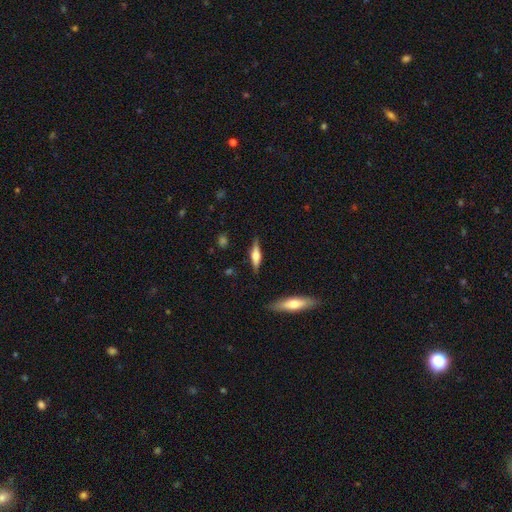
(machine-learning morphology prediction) This appears to be a featured or disk galaxy (56%) viewed edge-on (96%) with a rounded central bulge (82%). Merging: none (85%).